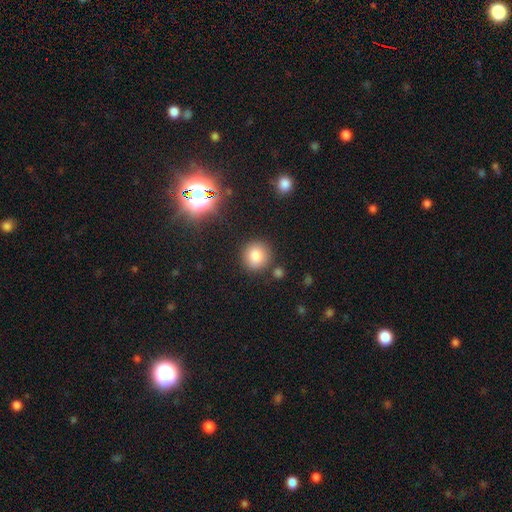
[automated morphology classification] Overall: smooth (82%). How rounded: round (90%). Merging: none (84%).